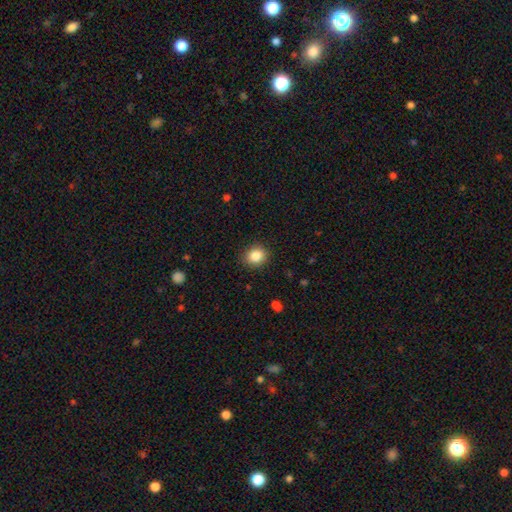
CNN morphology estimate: Smooth or featured?
  - smooth: 86% *
  - star or artifact: 10%
  - featured or disk: 5%
How rounded?
  - round: 75% *
  - in between: 25%
  - cigar-shaped: 1%
Merging?
  - none: 89% *
  - minor disturbance: 8%
  - major disturbance: 2%
  - merger: 1%